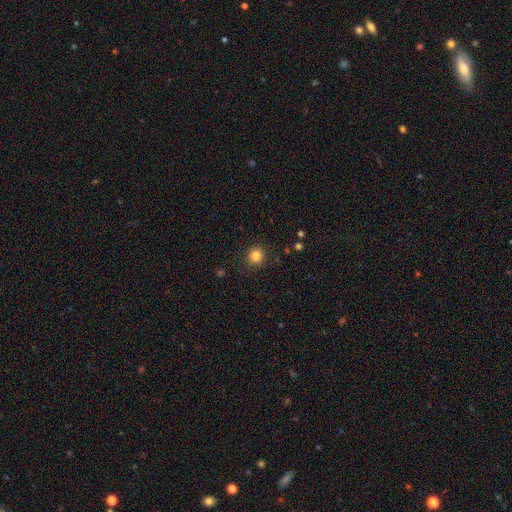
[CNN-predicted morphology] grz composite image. It shows a smooth galaxy with no disk features (83%) that is round (91%). Merging: none (89%).